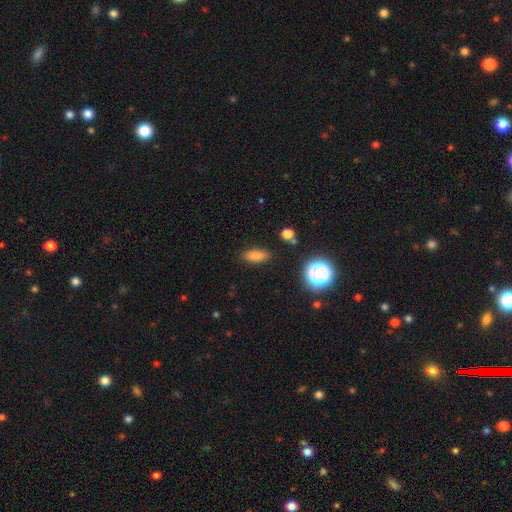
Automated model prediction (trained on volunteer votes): A smooth galaxy with no disk features (81%) that is in between round and cigar-shaped (73%). Merging: none (85%).